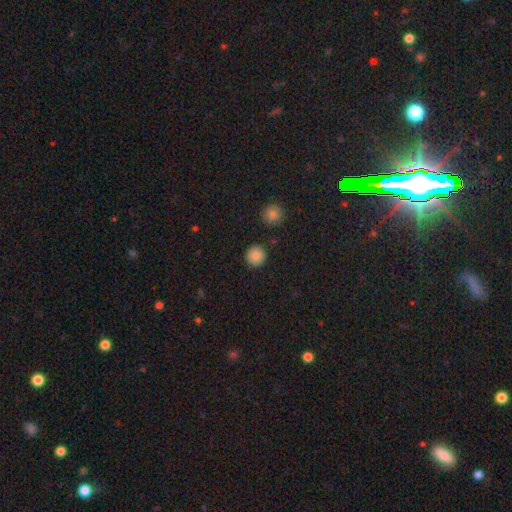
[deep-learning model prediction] Smooth or featured? smooth (86%)
How rounded? round (95%)
Merging? none (90%)